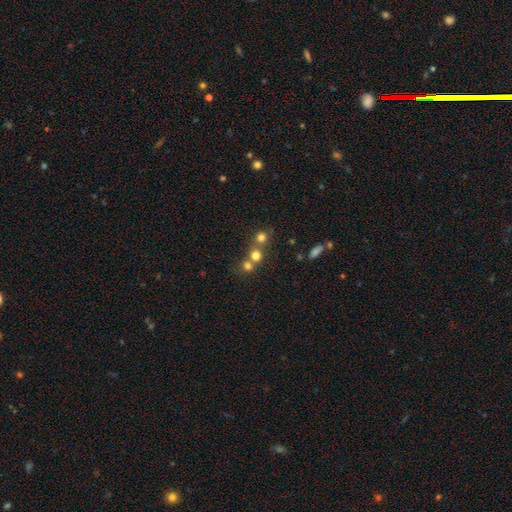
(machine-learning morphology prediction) Smooth or featured? smooth (71%)
How rounded? round (88%)
Merging? none (49%)